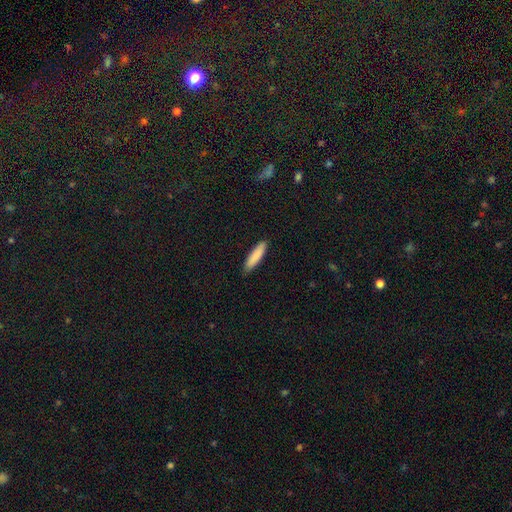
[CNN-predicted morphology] The model was most divided on "how rounded": cigar-shaped: 78%, in between: 21%, round: 1%. More confident: merging — none (87%); smooth or featured — smooth (87%).